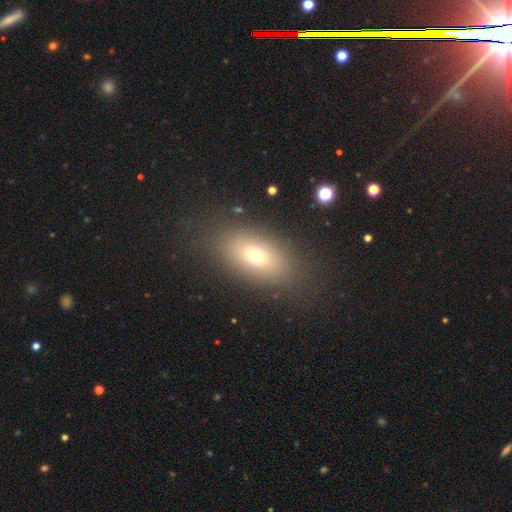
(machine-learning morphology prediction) A smooth galaxy with no disk features (66%) that is in between round and cigar-shaped (82%).

Vote fractions:
- Smooth or featured? smooth: 66% / featured or disk: 19% / star or artifact: 14%
- How rounded? in between: 82% / round: 11% / cigar-shaped: 7%
- Merging? none: 82% / minor disturbance: 11% / major disturbance: 6% / merger: 2%